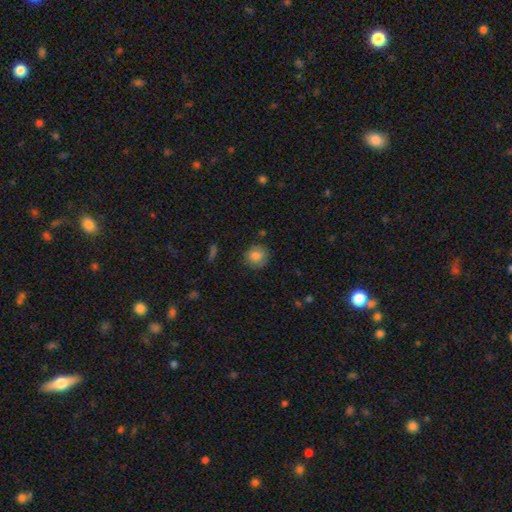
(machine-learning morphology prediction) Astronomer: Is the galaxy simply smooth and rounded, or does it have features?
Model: smooth — 80%.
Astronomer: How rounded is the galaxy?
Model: round — 85%.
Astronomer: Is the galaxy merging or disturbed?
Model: none — 79%.